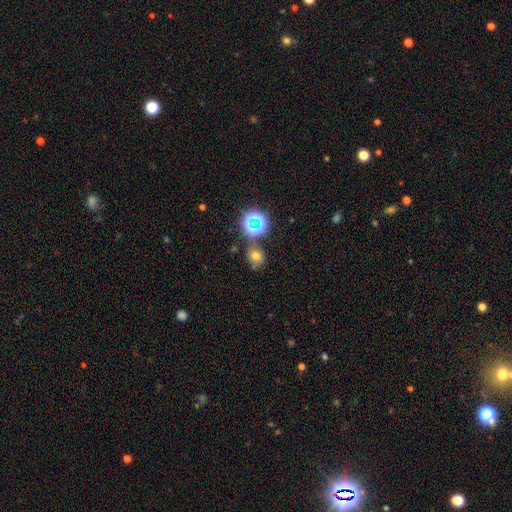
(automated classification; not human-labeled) A smooth galaxy with no disk features (62%) that is round (66%).

Vote fractions:
- Smooth or featured? smooth: 62% / star or artifact: 27% / featured or disk: 11%
- How rounded? round: 66% / in between: 33% / cigar-shaped: 1%
- Merging? none: 66% / minor disturbance: 17% / merger: 11% / major disturbance: 6%